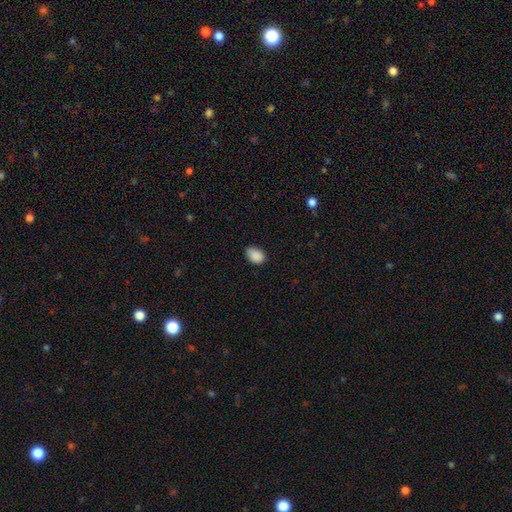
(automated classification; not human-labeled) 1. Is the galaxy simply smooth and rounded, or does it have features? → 89% smooth, 8% star or artifact, 3% featured or disk.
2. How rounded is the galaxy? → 82% in between, 17% round, 1% cigar-shaped.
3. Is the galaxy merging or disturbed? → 80% none, 16% minor disturbance, 3% major disturbance, 1% merger.